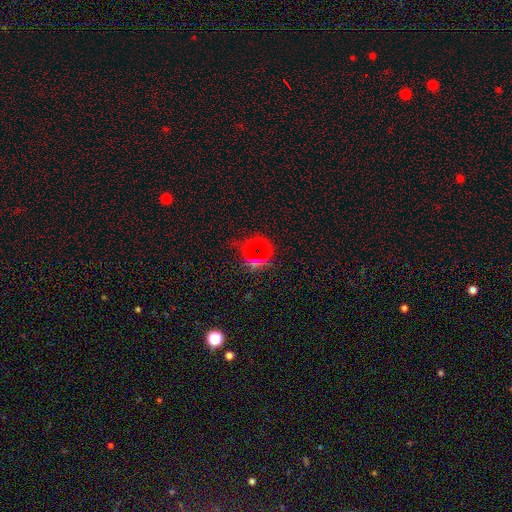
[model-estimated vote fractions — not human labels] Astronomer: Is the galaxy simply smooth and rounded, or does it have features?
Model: star or artifact — 48% (runner-up: smooth, 43%).